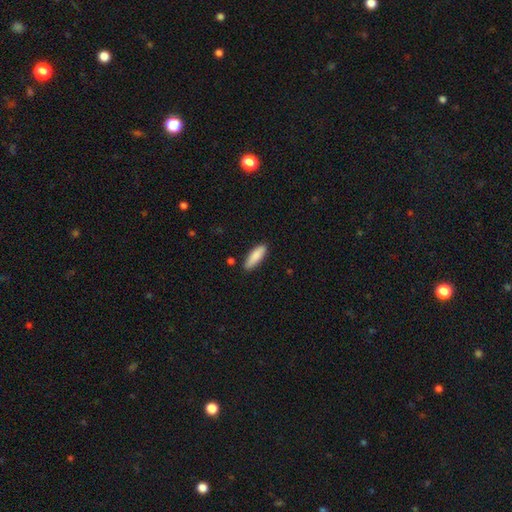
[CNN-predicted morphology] smooth-or-featured: smooth: 87% | featured or disk: 7% | star or artifact: 6%
  how-rounded: in between: 51% | cigar-shaped: 47% | round: 2%
  merging: none: 83% | minor disturbance: 12% | merger: 2% | major disturbance: 2%